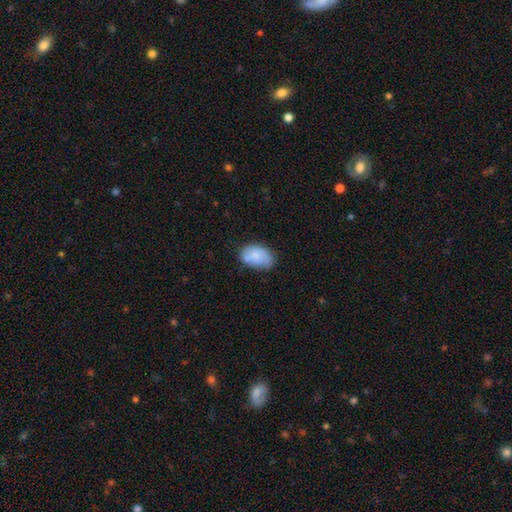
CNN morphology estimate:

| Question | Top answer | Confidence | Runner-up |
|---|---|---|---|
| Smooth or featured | smooth | 75% | featured or disk (18%) |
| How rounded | in between | 88% | round (10%) |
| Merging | none | 53% | minor disturbance (30%) |